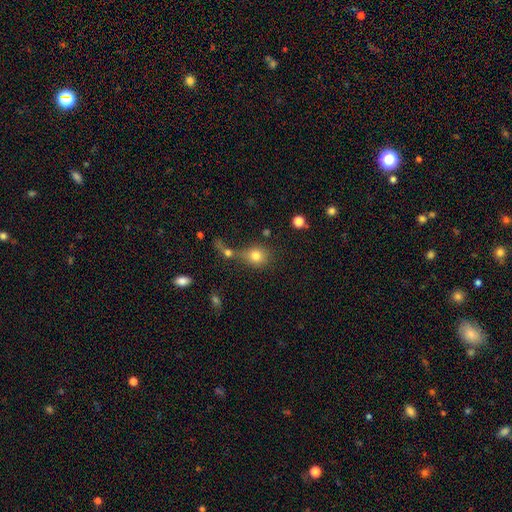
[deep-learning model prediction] The model was most divided on "merging": none: 41%, merger: 37%, minor disturbance: 11%, major disturbance: 10%. More confident: smooth or featured — smooth (78%); how rounded — round (75%).